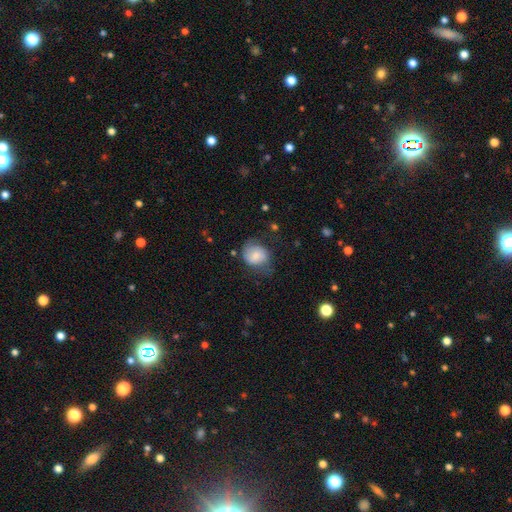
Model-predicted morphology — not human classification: Smooth or featured: smooth — 67% (featured or disk — 25%)
How rounded: round — 58% (in between — 41%)
Merging: none — 48% (minor disturbance — 32%)